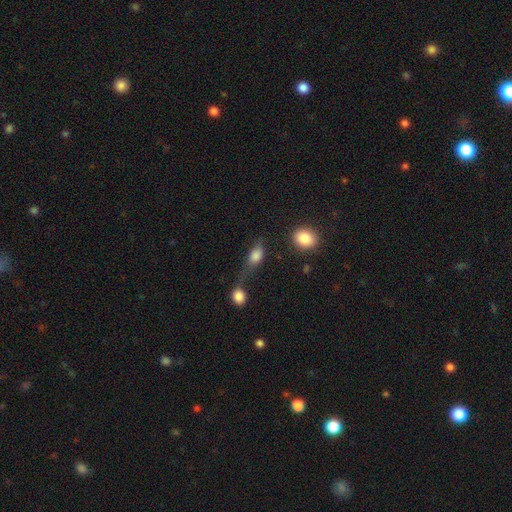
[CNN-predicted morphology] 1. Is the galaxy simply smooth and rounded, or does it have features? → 73% smooth, 18% featured or disk, 9% star or artifact.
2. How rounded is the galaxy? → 71% in between, 20% round, 9% cigar-shaped.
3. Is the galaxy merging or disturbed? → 30% none, 25% merger, 23% minor disturbance, 22% major disturbance.